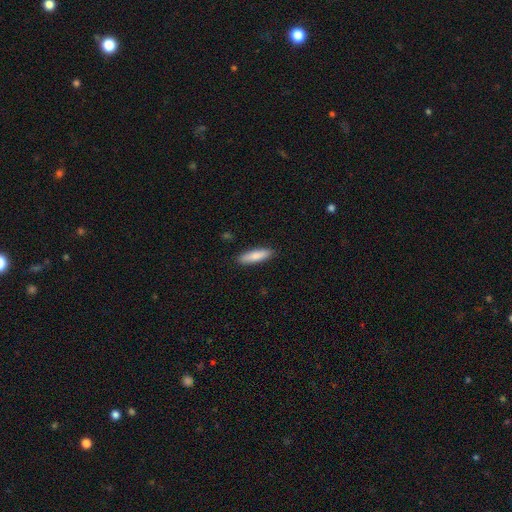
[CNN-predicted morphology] A smooth galaxy with no disk features (83%) that is cigar-shaped (64%).

Vote fractions:
- Smooth or featured? smooth: 83% / featured or disk: 12% / star or artifact: 5%
- How rounded? cigar-shaped: 64% / in between: 34% / round: 2%
- Merging? none: 90% / minor disturbance: 8% / major disturbance: 2% / merger: 1%